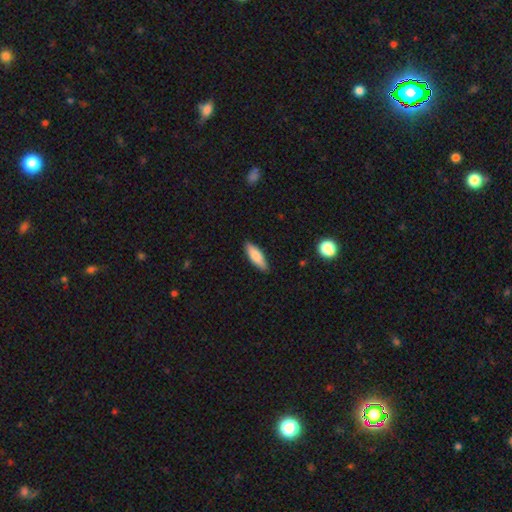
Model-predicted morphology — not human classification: type=smooth (80%); roundness=in between (53%); merging=none (88%).